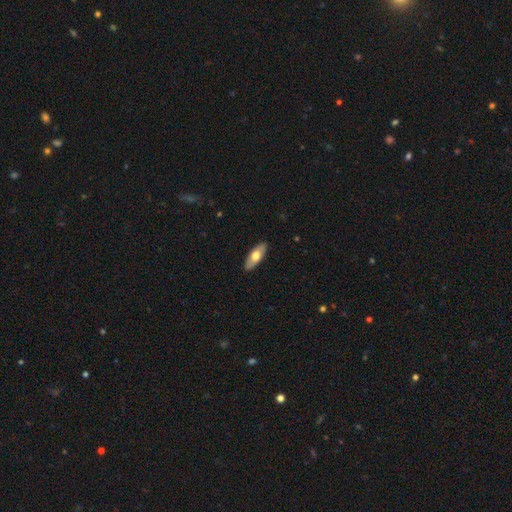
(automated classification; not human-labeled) Smooth or featured: smooth — 60% (featured or disk — 35%)
How rounded: in between — 78% (cigar-shaped — 19%)
Merging: none — 89% (minor disturbance — 9%)